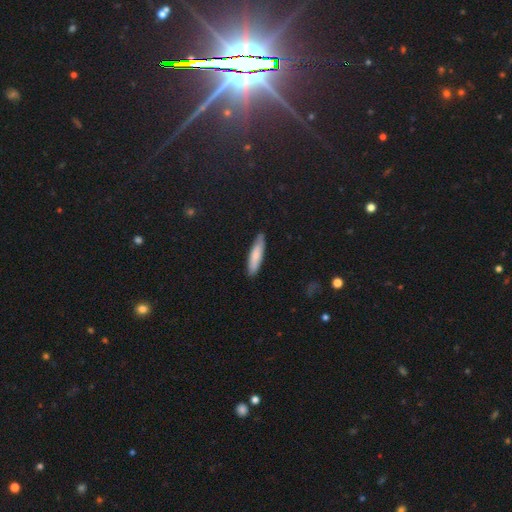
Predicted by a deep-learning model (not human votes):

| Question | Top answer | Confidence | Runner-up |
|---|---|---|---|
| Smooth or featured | smooth | 80% | featured or disk (15%) |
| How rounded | cigar-shaped | 70% | in between (28%) |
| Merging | none | 85% | minor disturbance (12%) |